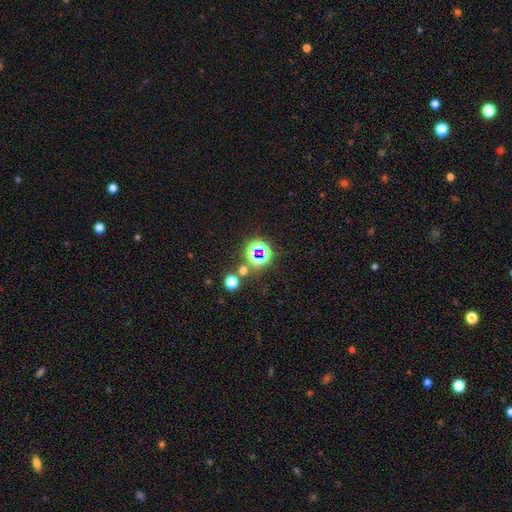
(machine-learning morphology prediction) type=star or artifact (63%).